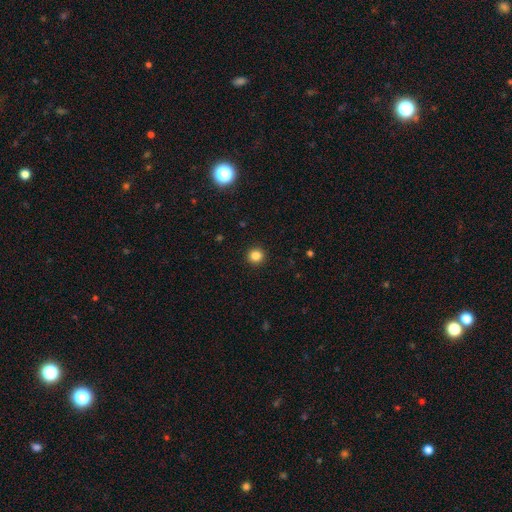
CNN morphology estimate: Overall: smooth (84%). How rounded: round (94%). Merging: none (93%).